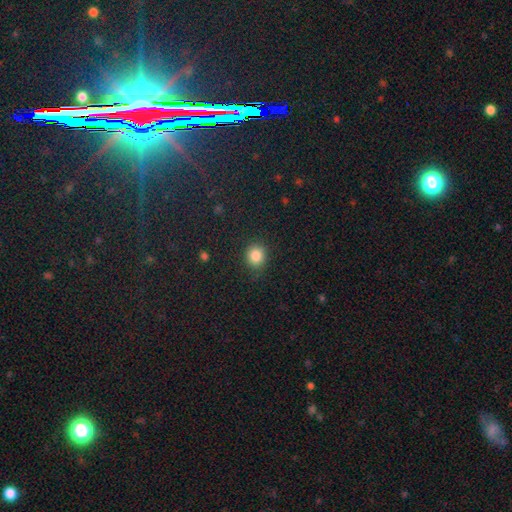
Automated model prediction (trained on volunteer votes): This is clearly a smooth galaxy (85%). How rounded: likely round (79%). Merging: clearly none (82%).